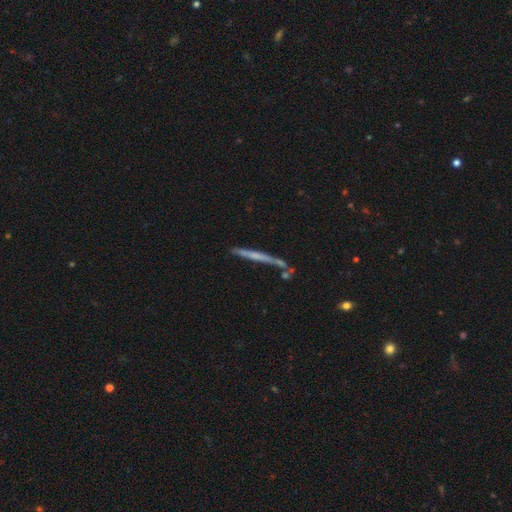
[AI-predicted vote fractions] Overall: featured or disk (52%; smooth 41%). Edge-on disk: yes (94%). Merging: none (69%).